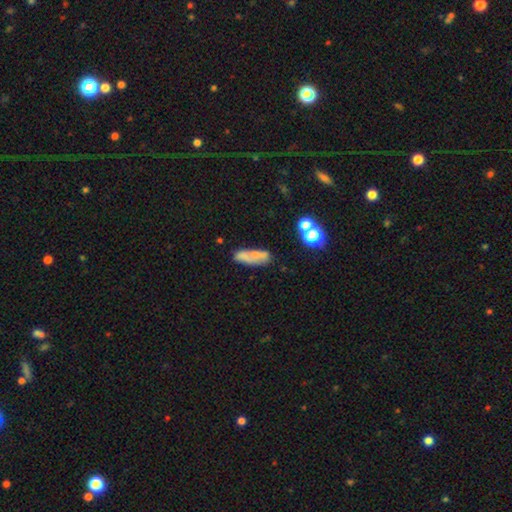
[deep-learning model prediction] The model was most divided on "smooth or featured": smooth: 57%, featured or disk: 31%, star or artifact: 11%. More confident: how rounded — in between (62%); merging — none (57%).